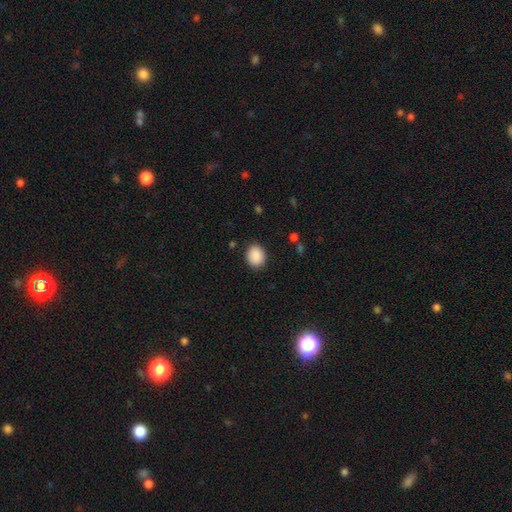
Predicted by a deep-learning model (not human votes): Smooth or featured: smooth — 89% (star or artifact — 8%)
How rounded: round — 59% (in between — 40%)
Merging: none — 88% (minor disturbance — 8%)